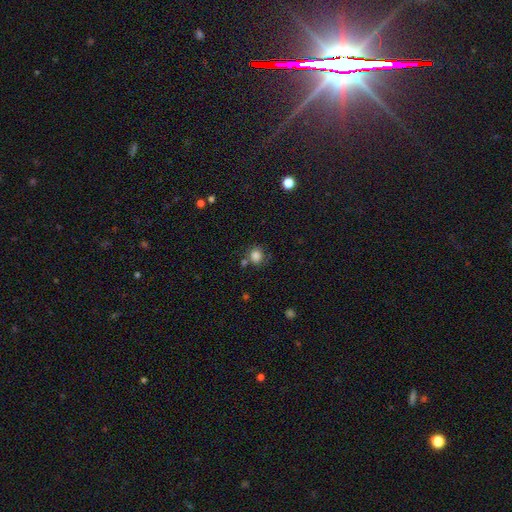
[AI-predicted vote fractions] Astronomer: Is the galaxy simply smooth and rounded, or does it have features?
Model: smooth — 84%.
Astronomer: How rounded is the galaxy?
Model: round — 79%.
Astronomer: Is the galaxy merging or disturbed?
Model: none — 68%.